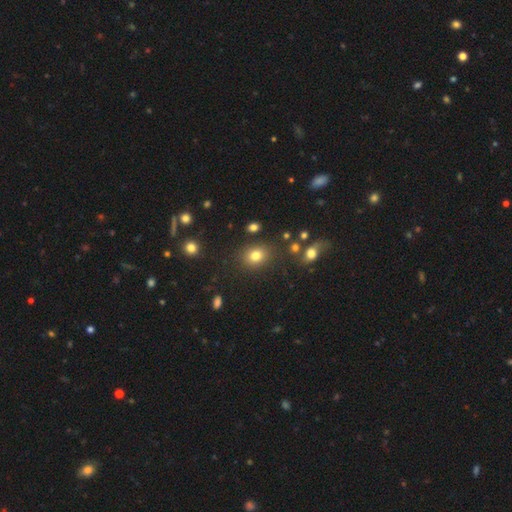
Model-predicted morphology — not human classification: This appears to be a smooth galaxy with no disk features (78%) that is round (59%). Merging: none (81%).